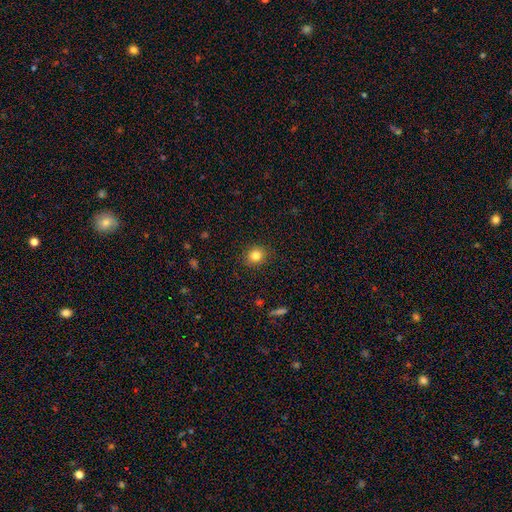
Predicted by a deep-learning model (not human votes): smooth-or-featured: smooth: 83% | star or artifact: 11% | featured or disk: 6%
  how-rounded: round: 77% | in between: 22% | cigar-shaped: 1%
  merging: none: 89% | minor disturbance: 8% | major disturbance: 2% | merger: 1%